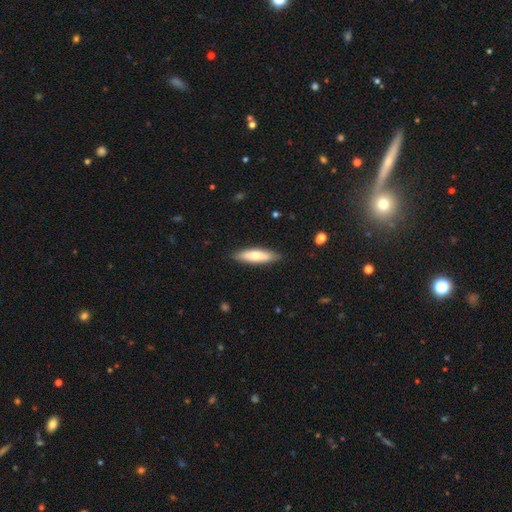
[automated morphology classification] Q: Smooth or featured?
A: smooth (68%); runner-up: featured or disk (27%)
Q: How rounded?
A: cigar-shaped (65%); runner-up: in between (34%)
Q: Merging?
A: none (87%); runner-up: minor disturbance (10%)